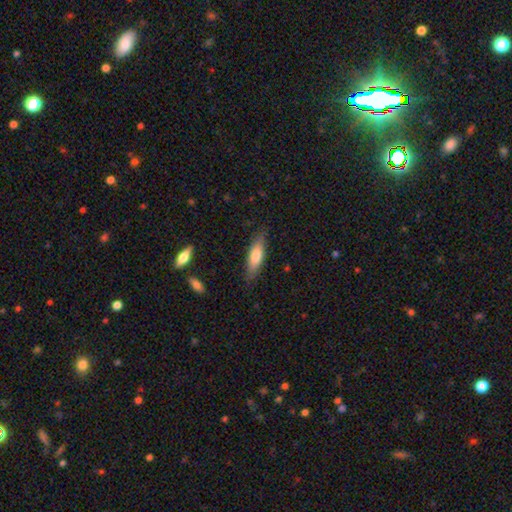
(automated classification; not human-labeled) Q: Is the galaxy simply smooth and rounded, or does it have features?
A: smooth — 74%.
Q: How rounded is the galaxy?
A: cigar-shaped — 55%.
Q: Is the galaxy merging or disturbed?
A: none — 82%.